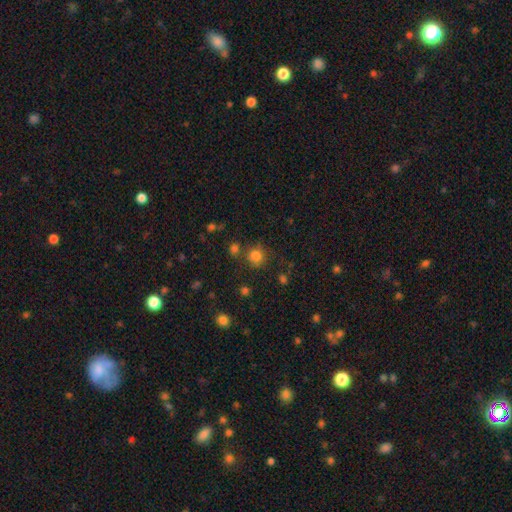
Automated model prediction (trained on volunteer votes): Smooth or featured: smooth — 80% (star or artifact — 14%)
How rounded: round — 89% (in between — 10%)
Merging: none — 73% (minor disturbance — 11%)